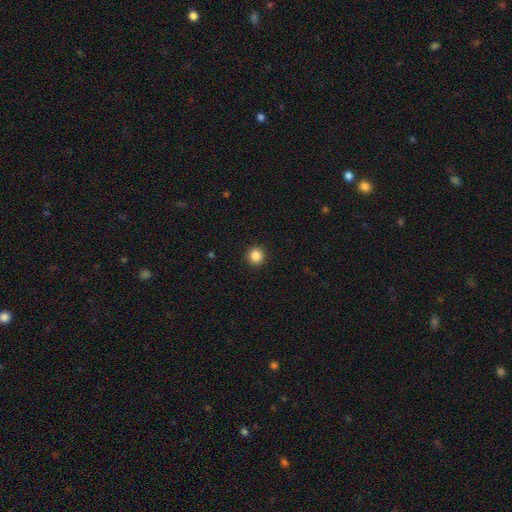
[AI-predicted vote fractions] smooth 86%, star or artifact 11%, featured or disk 4%. Down the decision tree: how rounded — round (94%); merging — none (93%).